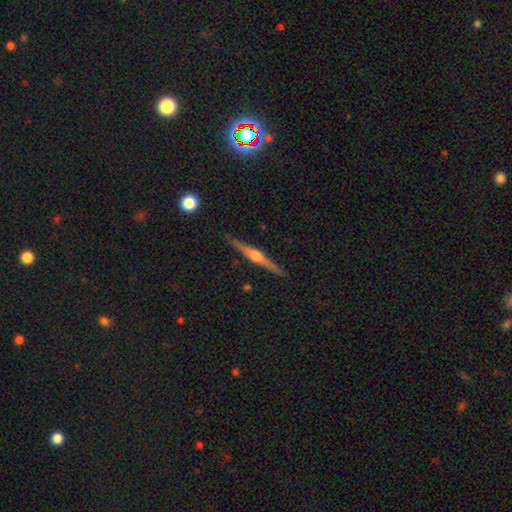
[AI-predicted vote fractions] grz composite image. It shows a featured or disk galaxy (80%) viewed edge-on (98%) with a rounded central bulge (93%). Merging: none (90%).